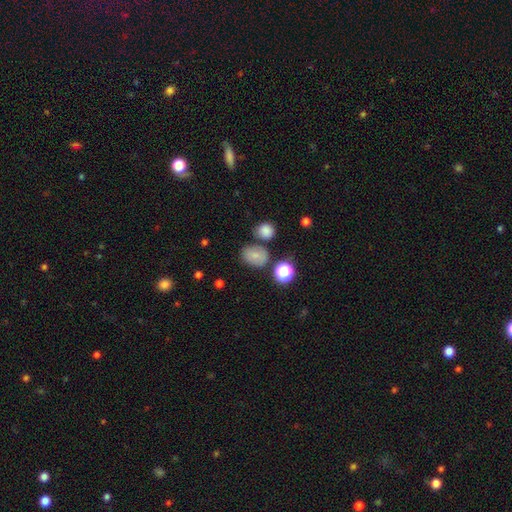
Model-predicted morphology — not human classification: Smooth or featured? smooth (73%)
How rounded? in between (56%)
Merging? none (64%)